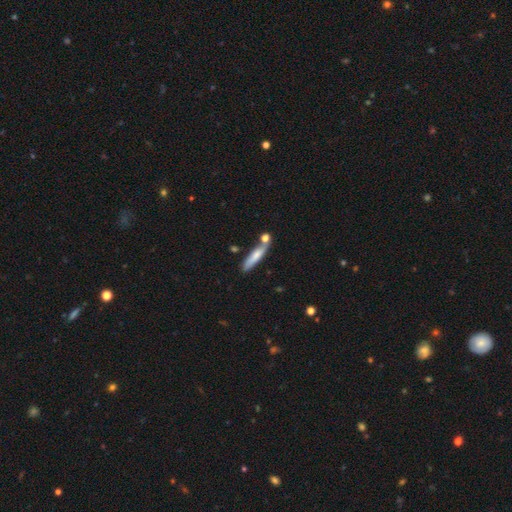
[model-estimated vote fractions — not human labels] This is likely a smooth galaxy (68%). How rounded: clearly cigar-shaped (86%). Merging: likely none (67%).